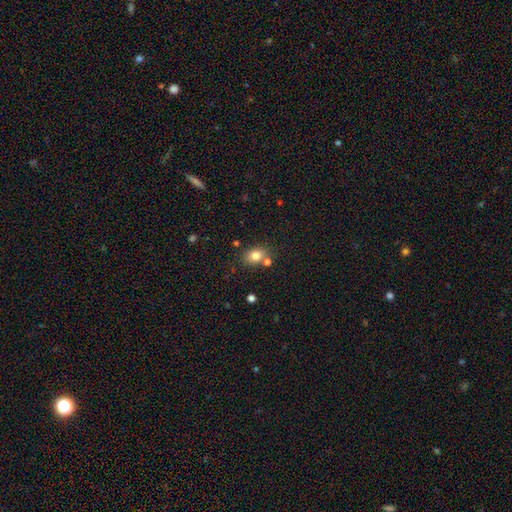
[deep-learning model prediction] The model was most divided on "how rounded": in between: 63%, round: 36%, cigar-shaped: 1%. More confident: smooth or featured — smooth (80%); merging — none (67%).